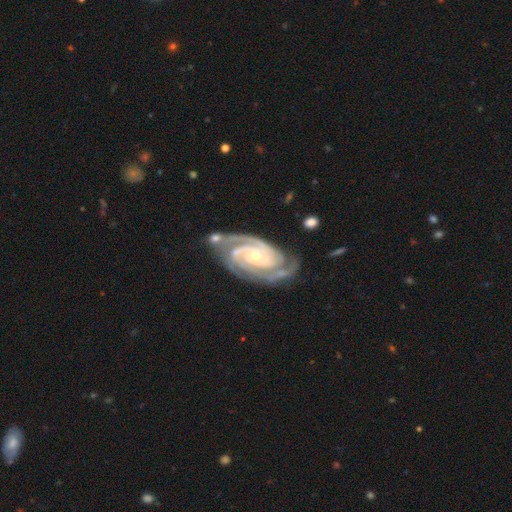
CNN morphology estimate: The model was most divided on "spiral arm count": 2: 44%, 3: 32%, 4: 9%, can't tell: 6%, more than 4: 4%, 1: 4%. More confident: spiral arms — yes (99%); edge-on disk — no (97%); smooth or featured — featured or disk (93%); spiral winding — tight (72%); bulge size — small (71%); merging — none (70%); bar — no (63%).